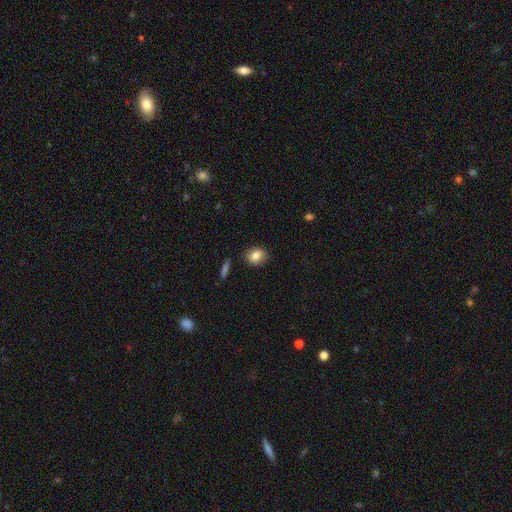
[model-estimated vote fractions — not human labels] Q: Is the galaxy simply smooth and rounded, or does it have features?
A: smooth — 82%.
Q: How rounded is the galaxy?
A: round — 51%.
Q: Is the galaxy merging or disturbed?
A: none — 85%.